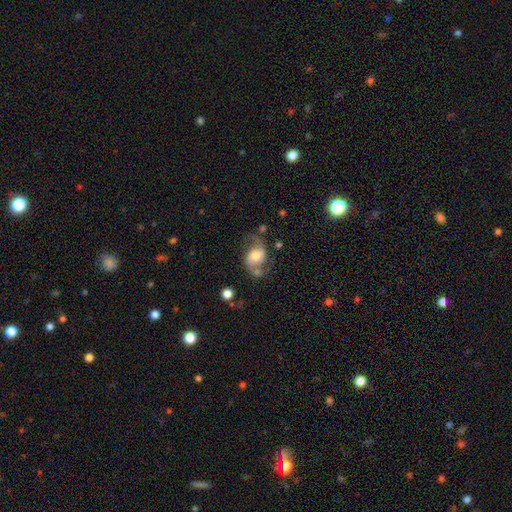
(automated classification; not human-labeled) This appears to be a featured or disk galaxy (68%) with no bar (56%), 2 (90%) loose (53%) spiral arms (89%) and a moderate central bulge (63%). Merging: none (57%).